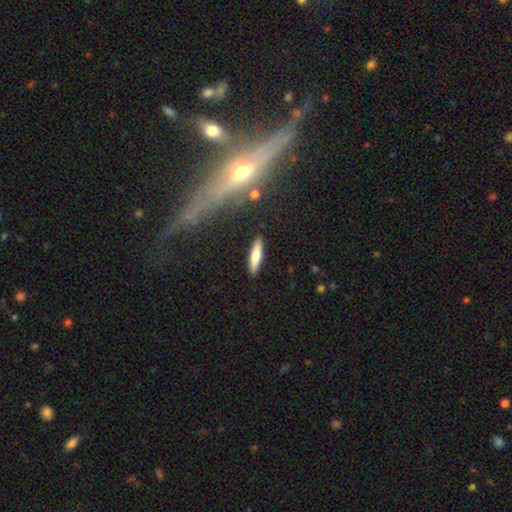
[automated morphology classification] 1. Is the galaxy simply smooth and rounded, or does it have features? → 69% smooth, 25% featured or disk, 6% star or artifact.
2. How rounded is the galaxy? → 78% cigar-shaped, 21% in between, 2% round.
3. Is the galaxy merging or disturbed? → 89% none, 7% minor disturbance, 2% major disturbance, 1% merger.